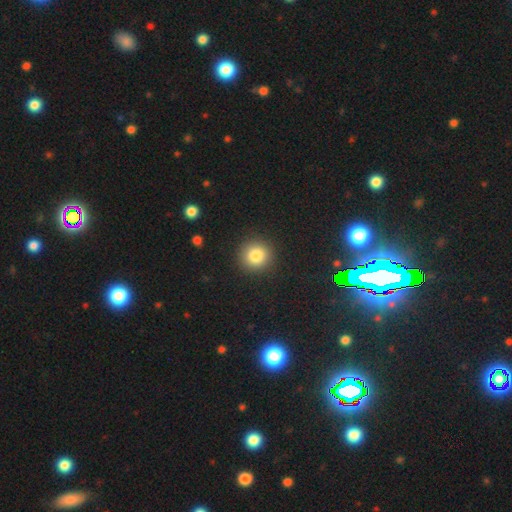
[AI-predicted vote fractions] smooth 83%, star or artifact 11%, featured or disk 6%. Down the decision tree: how rounded — round (93%); merging — none (91%).